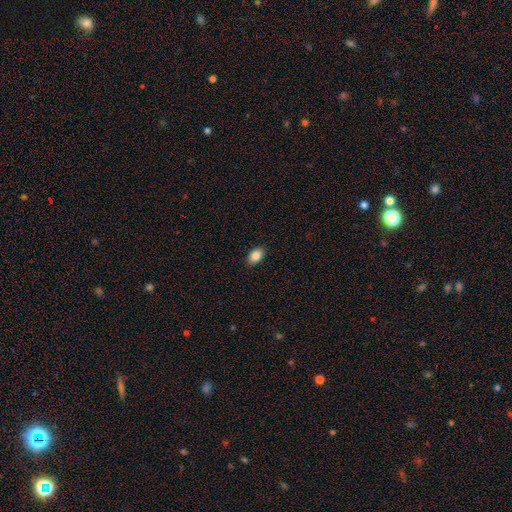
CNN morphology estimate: smooth-or-featured: smooth: 87% | star or artifact: 8% | featured or disk: 5%
  how-rounded: in between: 89% | round: 10% | cigar-shaped: 1%
  merging: none: 89% | minor disturbance: 8% | major disturbance: 2% | merger: 1%